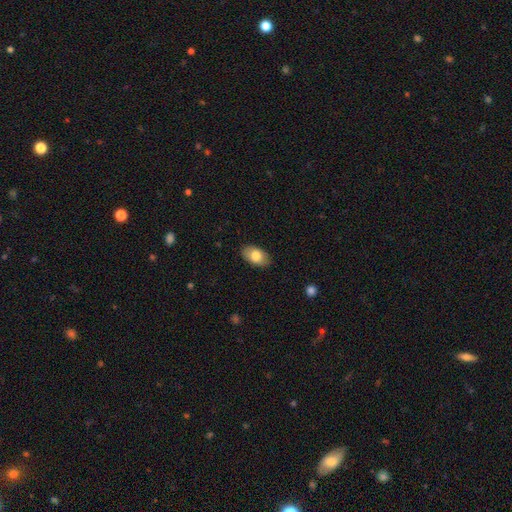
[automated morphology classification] Overall: smooth (80%). How rounded: in between (93%). Merging: none (86%).